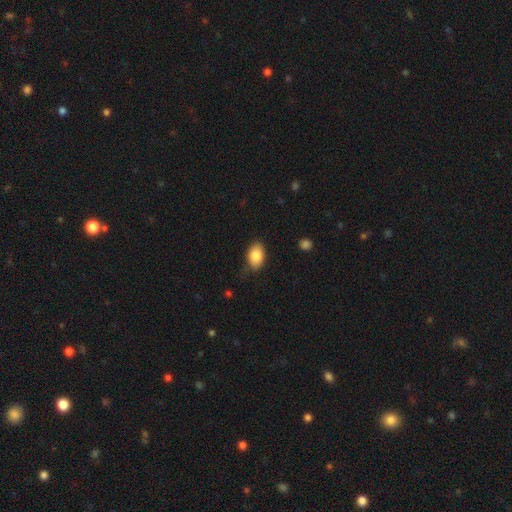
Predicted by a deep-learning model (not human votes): Overall: smooth (86%). How rounded: in between (88%). Merging: none (75%).